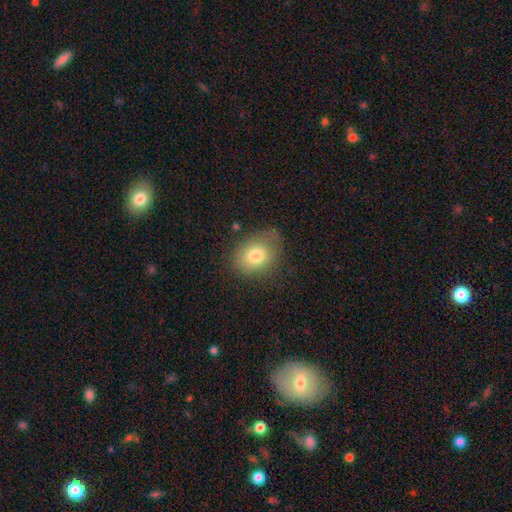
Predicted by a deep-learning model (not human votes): Smooth or featured: smooth — 79% (featured or disk — 12%)
How rounded: in between — 55% (round — 44%)
Merging: none — 71% (minor disturbance — 20%)